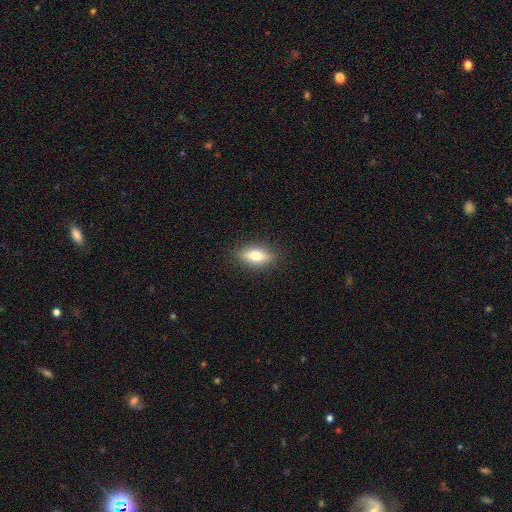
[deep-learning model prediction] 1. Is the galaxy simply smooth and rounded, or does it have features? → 67% smooth, 26% featured or disk, 8% star or artifact.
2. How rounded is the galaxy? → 74% in between, 21% cigar-shaped, 5% round.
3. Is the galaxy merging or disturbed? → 87% none, 10% minor disturbance, 2% major disturbance, 1% merger.